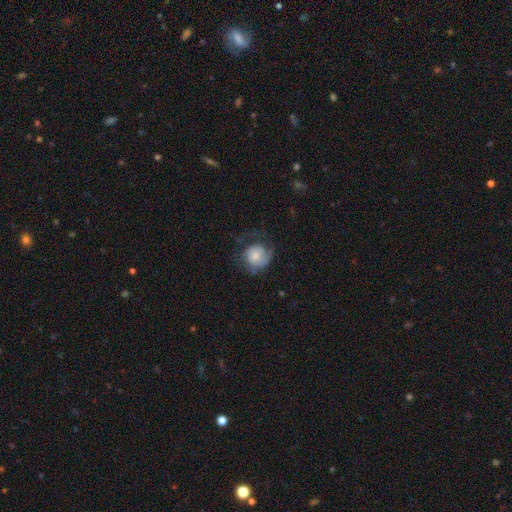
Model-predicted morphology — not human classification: A smooth galaxy with no disk features (58%) that is round (80%). Merging: none (46%).